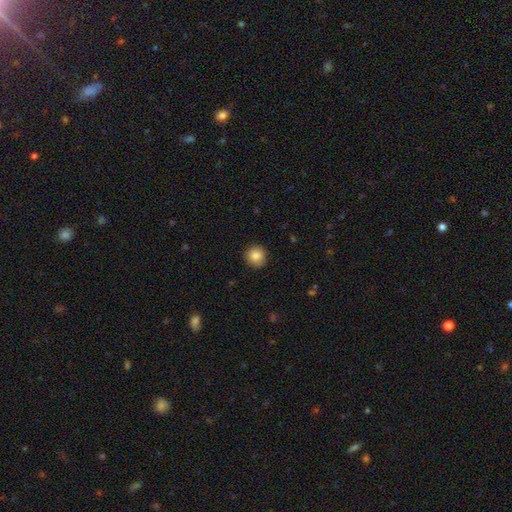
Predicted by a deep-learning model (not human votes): The model was most divided on "smooth or featured": smooth: 86%, star or artifact: 9%, featured or disk: 5%. More confident: how rounded — round (94%); merging — none (90%).